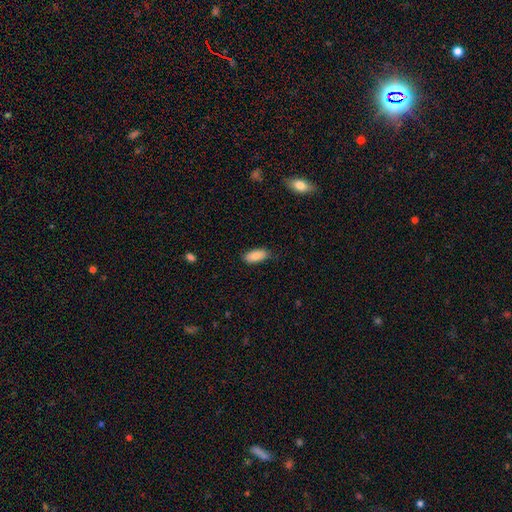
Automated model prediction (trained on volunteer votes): Smooth or featured: smooth — 85% (featured or disk — 8%)
How rounded: in between — 87% (cigar-shaped — 11%)
Merging: none — 83% (minor disturbance — 13%)